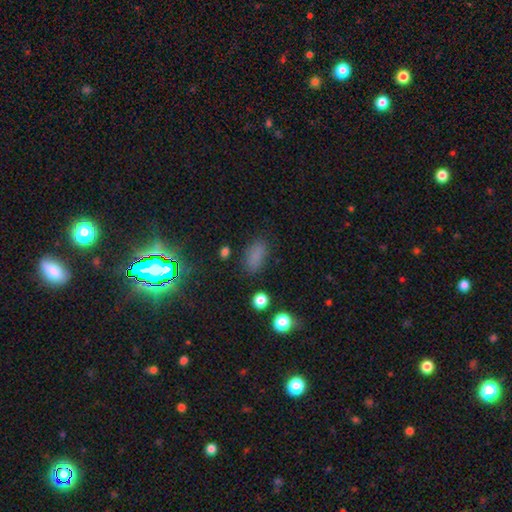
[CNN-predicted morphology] Smooth or featured: smooth — 72% (star or artifact — 22%)
How rounded: in between — 88% (round — 7%)
Merging: none — 80% (minor disturbance — 13%)